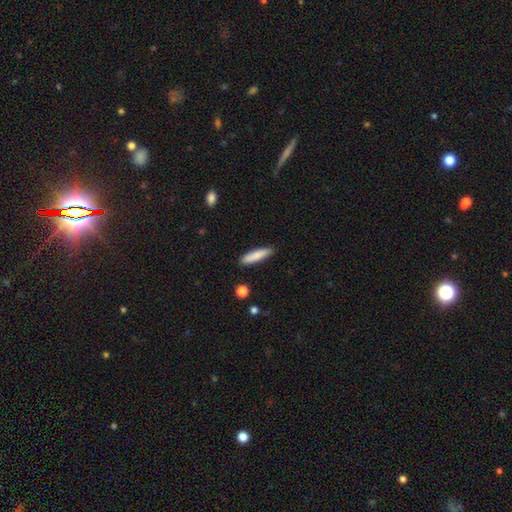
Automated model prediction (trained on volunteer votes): smooth_or_featured: smooth (p=0.82) [alt: featured or disk p=0.12]
how_rounded: cigar-shaped (p=0.78) [alt: in between p=0.21]
merging: none (p=0.88) [alt: minor disturbance p=0.09]